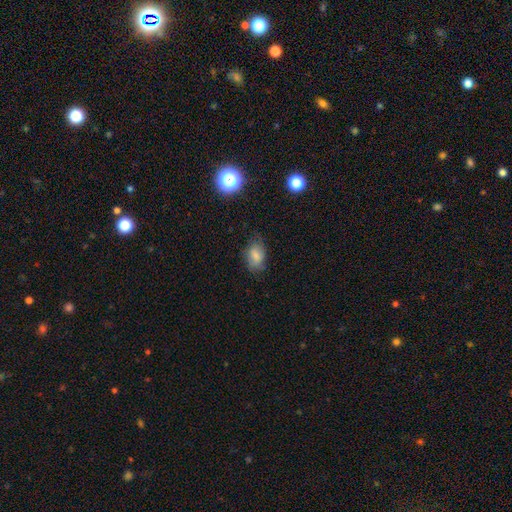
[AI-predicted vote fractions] smooth_or_featured: smooth (p=0.77) [alt: featured or disk p=0.12]
how_rounded: in between (p=0.85) [alt: round p=0.13]
merging: none (p=0.65) [alt: minor disturbance p=0.26]